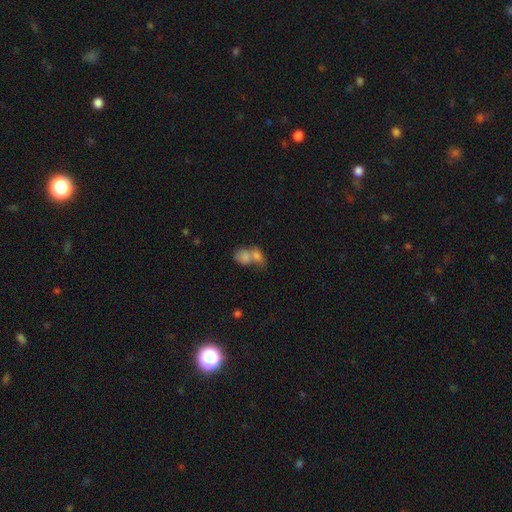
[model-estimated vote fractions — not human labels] Morphology: type=smooth (78%); roundness=in between (74%); merging=merger (67%).